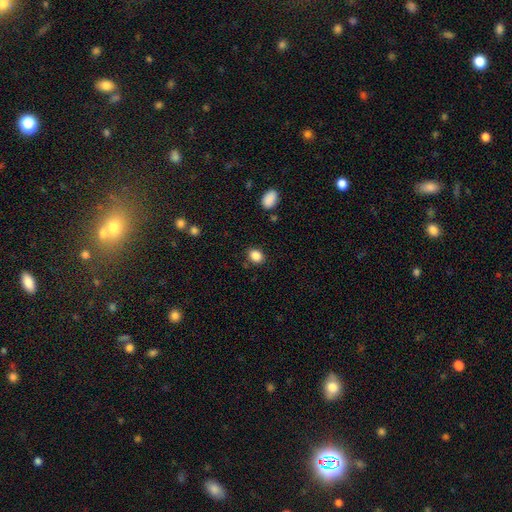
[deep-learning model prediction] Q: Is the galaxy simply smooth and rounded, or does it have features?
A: smooth — 86%.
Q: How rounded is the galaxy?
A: in between — 54%.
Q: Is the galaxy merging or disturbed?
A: none — 84%.